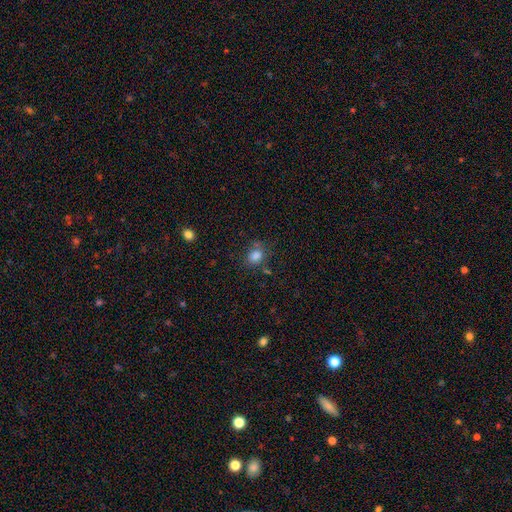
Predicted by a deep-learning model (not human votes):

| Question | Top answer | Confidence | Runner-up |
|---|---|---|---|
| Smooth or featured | smooth | 81% | star or artifact (12%) |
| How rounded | in between | 58% | round (41%) |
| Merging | none | 67% | minor disturbance (19%) |